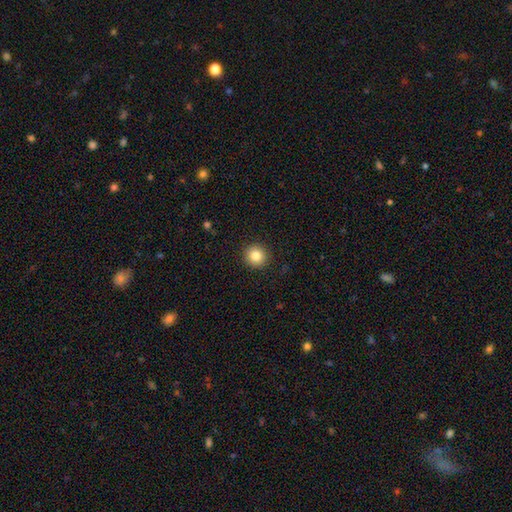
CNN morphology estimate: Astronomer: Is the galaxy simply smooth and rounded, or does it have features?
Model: smooth — 84%.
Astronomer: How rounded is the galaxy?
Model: round — 94%.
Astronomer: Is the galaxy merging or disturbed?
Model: none — 92%.